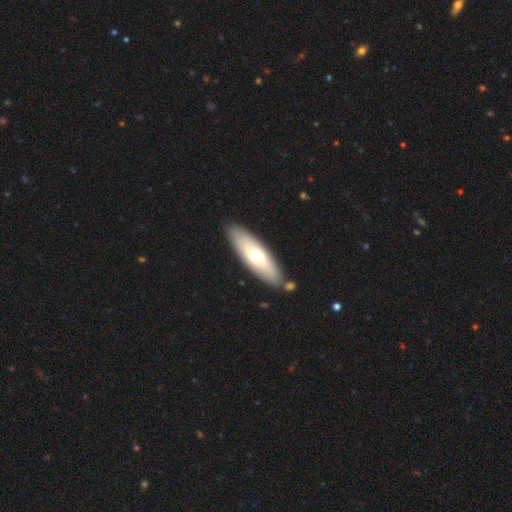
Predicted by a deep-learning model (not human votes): Smooth or featured? Predicted: smooth (p=0.55). How rounded? Predicted: in between (p=0.50). Merging? Predicted: none (p=0.83).